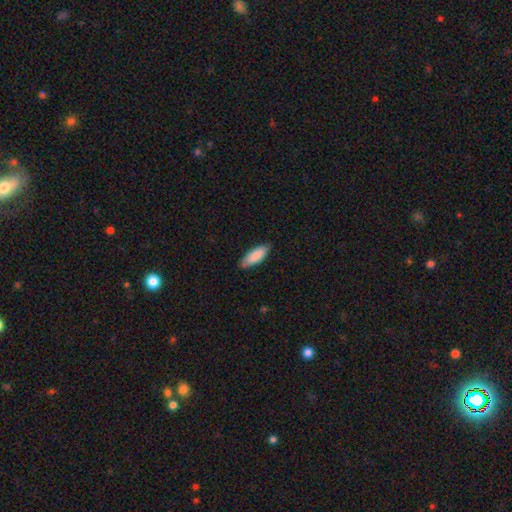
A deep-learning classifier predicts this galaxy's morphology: smooth-or-featured: smooth: 87% | featured or disk: 8% | star or artifact: 5%
  how-rounded: in between: 68% | cigar-shaped: 30% | round: 1%
  merging: none: 82% | minor disturbance: 15% | major disturbance: 2% | merger: 1%